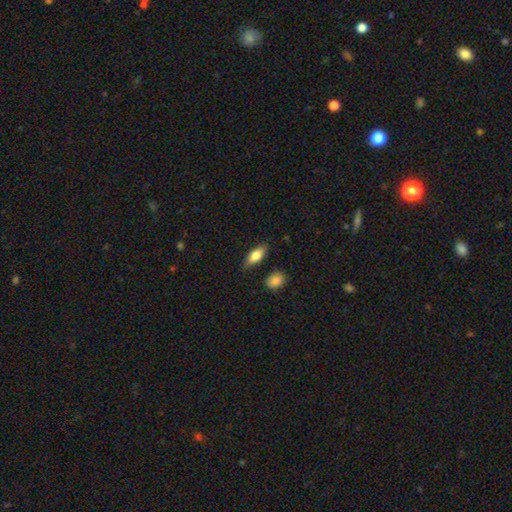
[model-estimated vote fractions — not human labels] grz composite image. It shows a smooth galaxy with no disk features (78%) that is in between round and cigar-shaped (79%). Merging: none (80%).